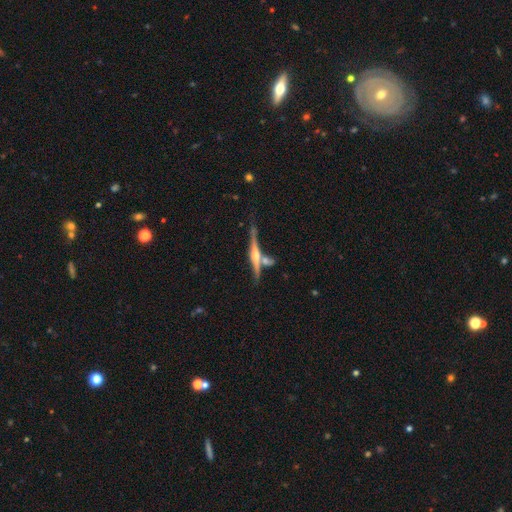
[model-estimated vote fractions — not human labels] A featured or disk galaxy (76%) viewed edge-on (97%) with a rounded central bulge (84%). Merging: none (65%).